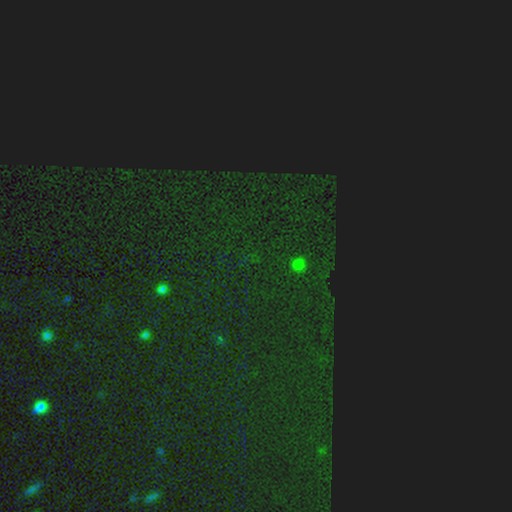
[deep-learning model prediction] Q: Smooth or featured?
A: star or artifact (82%); runner-up: smooth (11%)